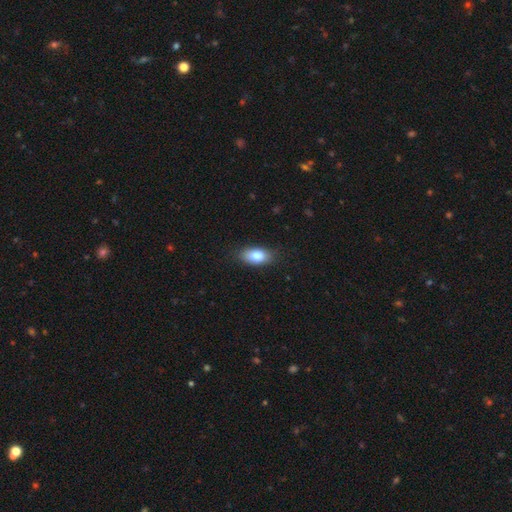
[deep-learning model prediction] This appears to be a smooth galaxy with no disk features (80%) that is in between round and cigar-shaped (89%). Merging: none (84%).